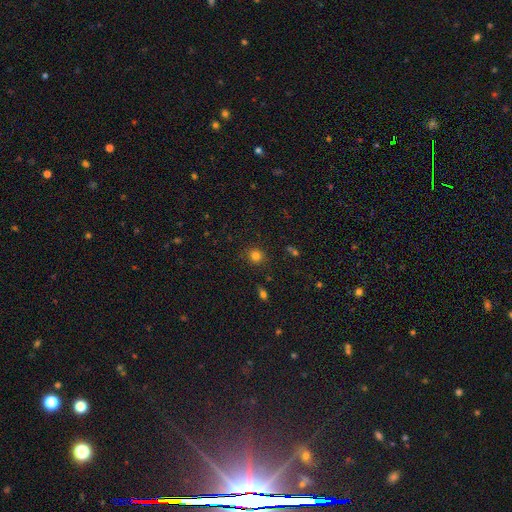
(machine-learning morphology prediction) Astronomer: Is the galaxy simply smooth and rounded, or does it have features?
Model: smooth — 79%.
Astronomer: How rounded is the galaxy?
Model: round — 85%.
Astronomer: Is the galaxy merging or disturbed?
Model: none — 85%.